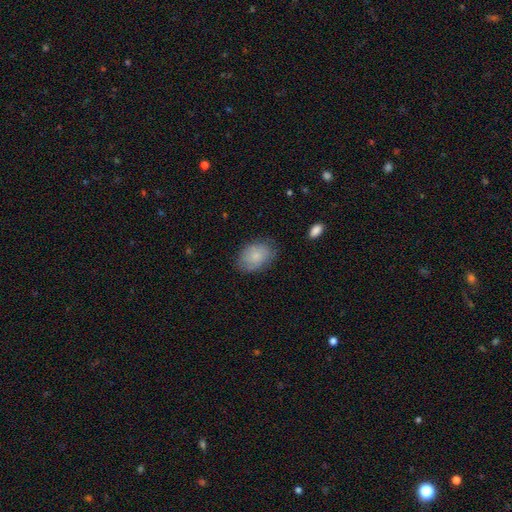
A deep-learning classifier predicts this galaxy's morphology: This is likely a smooth galaxy (80%). How rounded: clearly in between (80%). Merging: likely none (76%).